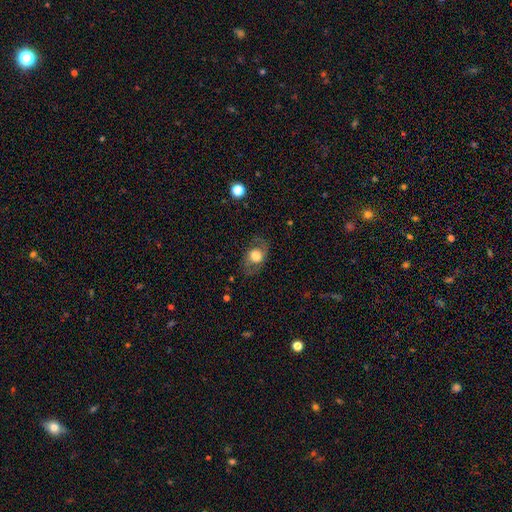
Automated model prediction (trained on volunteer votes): Overall: smooth (51%; featured or disk 41%). How rounded: in between (56%; round 42%). Merging: none (75%).